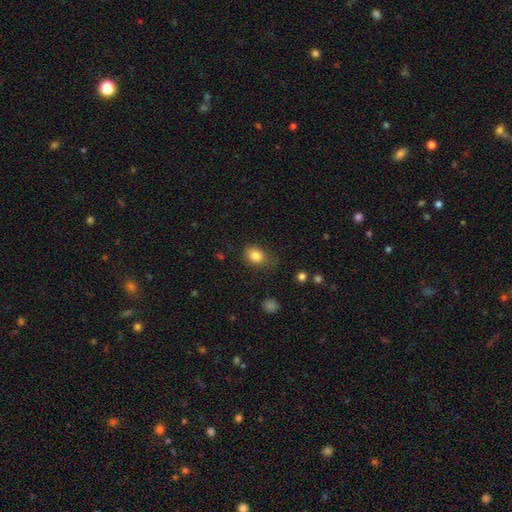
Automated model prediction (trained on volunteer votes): smooth-or-featured: smooth: 83% | star or artifact: 10% | featured or disk: 7%
  how-rounded: in between: 58% | round: 41% | cigar-shaped: 1%
  merging: none: 69% | minor disturbance: 23% | major disturbance: 6% | merger: 2%